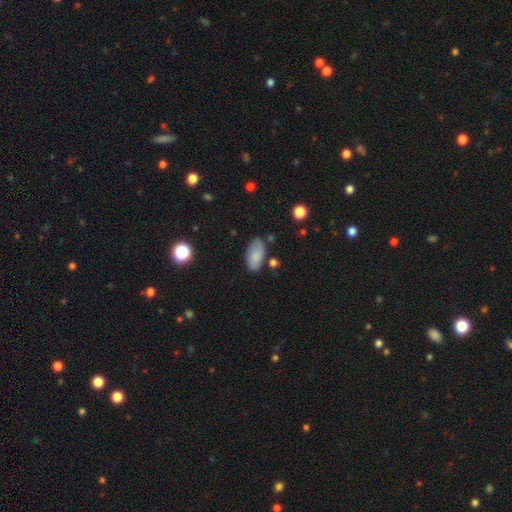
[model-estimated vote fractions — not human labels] Smooth or featured? smooth (80%)
How rounded? in between (93%)
Merging? none (75%)